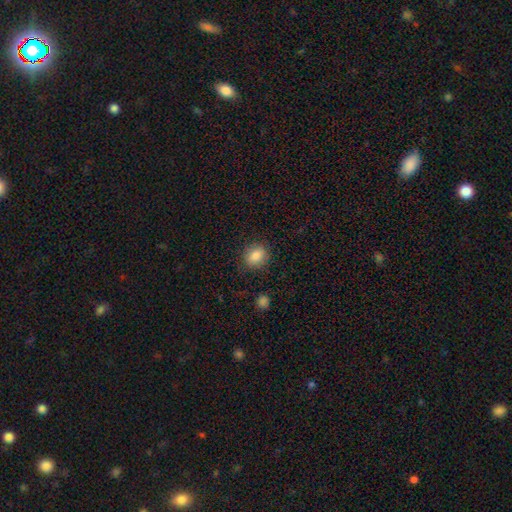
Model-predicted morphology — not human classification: Smooth or featured? smooth (85%)
How rounded? round (58%)
Merging? none (85%)